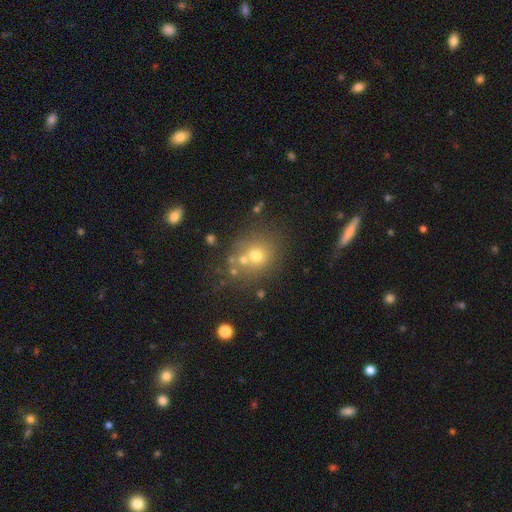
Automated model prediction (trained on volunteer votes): The model was most divided on "merging": none: 63%, merger: 20%, minor disturbance: 12%, major disturbance: 6%. More confident: how rounded — round (79%); smooth or featured — smooth (64%).